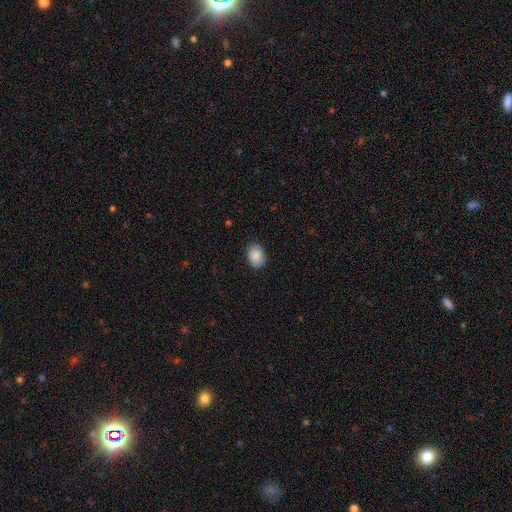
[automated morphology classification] A smooth galaxy with no disk features (89%) that is in between round and cigar-shaped (77%).

Vote fractions:
- Smooth or featured? smooth: 89% / star or artifact: 7% / featured or disk: 4%
- How rounded? in between: 77% / round: 22% / cigar-shaped: 1%
- Merging? none: 87% / minor disturbance: 10% / major disturbance: 2% / merger: 1%